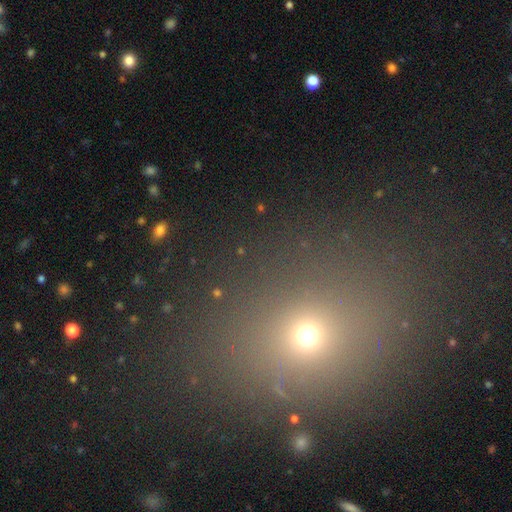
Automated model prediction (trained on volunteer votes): This appears to be a smooth galaxy with no disk features (54%) that is round (51%). Merging: none (83%).